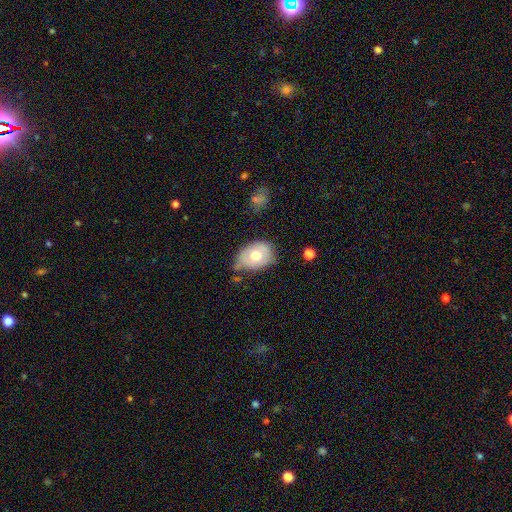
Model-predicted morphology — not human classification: Smooth or featured: smooth — 61% (featured or disk — 32%)
How rounded: in between — 72% (round — 27%)
Merging: none — 53% (minor disturbance — 32%)